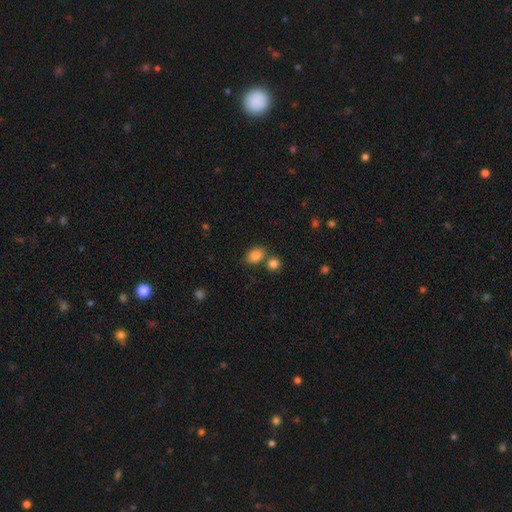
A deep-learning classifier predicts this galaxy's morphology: Smooth or featured? Predicted: smooth (p=0.85). How rounded? Predicted: in between (p=0.72). Merging? Predicted: none (p=0.63).